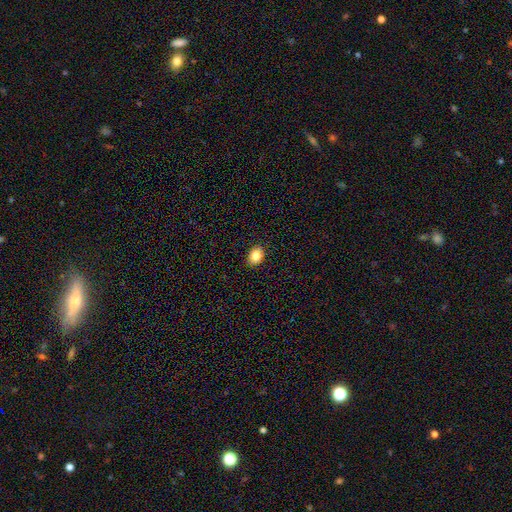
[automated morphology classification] A smooth galaxy with no disk features (86%) that is in between round and cigar-shaped (64%).

Vote fractions:
- Smooth or featured? smooth: 86% / star or artifact: 9% / featured or disk: 5%
- How rounded? in between: 64% / round: 35% / cigar-shaped: 1%
- Merging? none: 90% / minor disturbance: 8% / major disturbance: 2% / merger: 1%